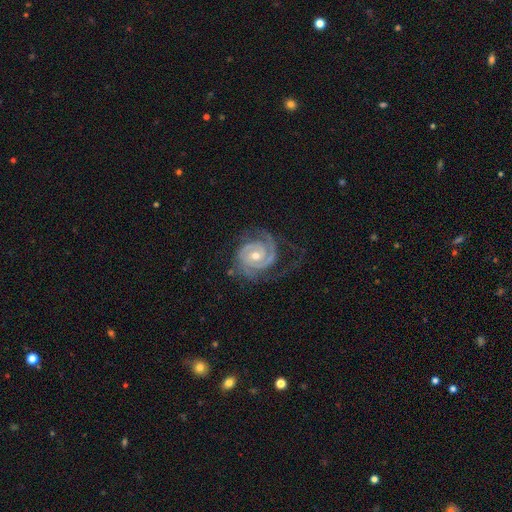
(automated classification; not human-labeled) Overall: featured or disk (93%). Edge-on disk: no (98%). Bar: no (60%; weak 29%). Spiral arms: yes (98%). Spiral arm count: 2 (58%; 3 22%). Spiral winding: tight (74%). Bulge size: moderate (55%; small 42%). Merging: none (68%).